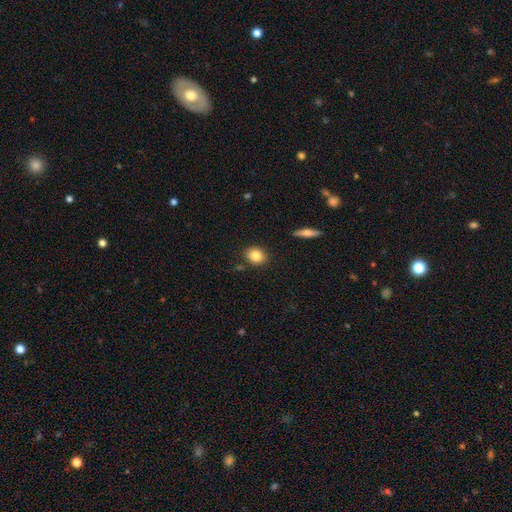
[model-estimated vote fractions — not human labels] smooth-or-featured: smooth: 84% | star or artifact: 9% | featured or disk: 8%
  how-rounded: round: 58% | in between: 40% | cigar-shaped: 2%
  merging: none: 86% | minor disturbance: 9% | merger: 3% | major disturbance: 2%